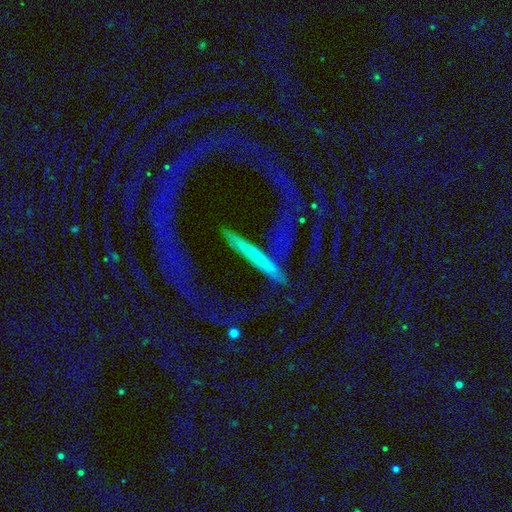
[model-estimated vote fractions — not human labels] The model was most divided on "smooth or featured": star or artifact: 40%, featured or disk: 36%, smooth: 23%.